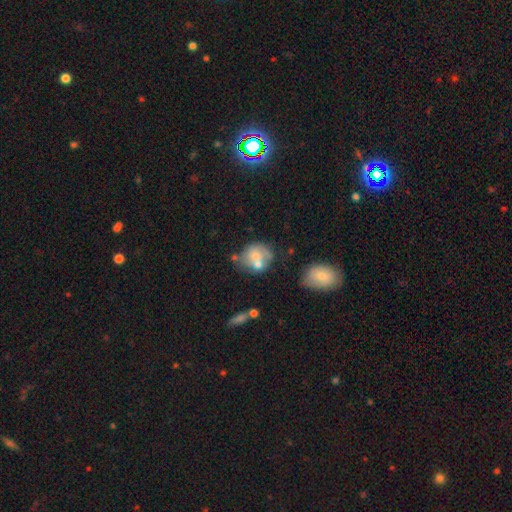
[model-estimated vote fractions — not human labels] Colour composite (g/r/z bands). It shows a smooth galaxy with no disk features (53%) that is round (66%). Merging: none (40%).